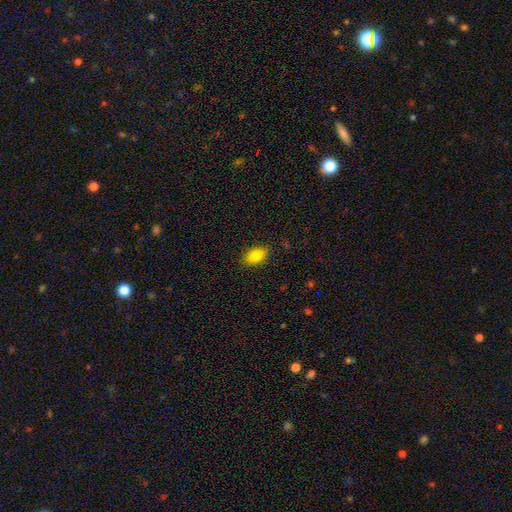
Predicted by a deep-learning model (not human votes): Smooth or featured: smooth — 84% (star or artifact — 8%)
How rounded: in between — 90% (round — 5%)
Merging: none — 87% (minor disturbance — 9%)